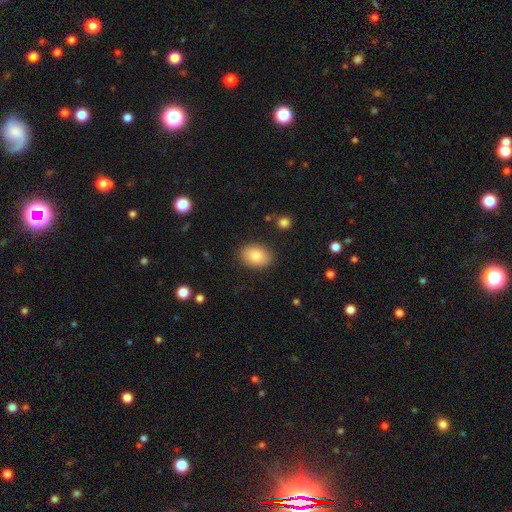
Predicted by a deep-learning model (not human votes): The model was most divided on "how rounded": in between: 83%, round: 16%, cigar-shaped: 1%. More confident: merging — none (87%); smooth or featured — smooth (84%).